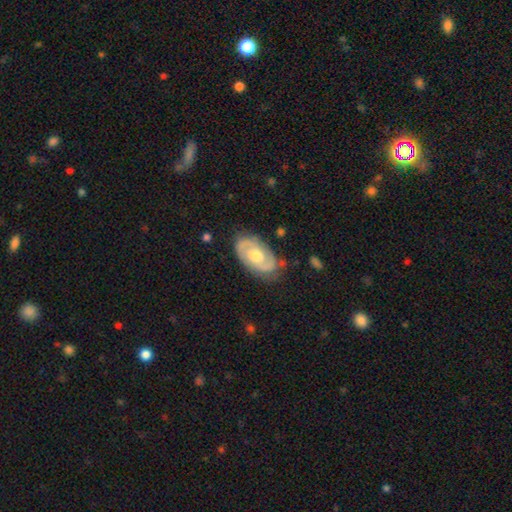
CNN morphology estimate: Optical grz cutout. It shows a featured or disk galaxy (76%) with no bar (64%), 2 (81%) tight (43%) spiral arms (83%) and a moderate central bulge (72%). Merging: none (76%).